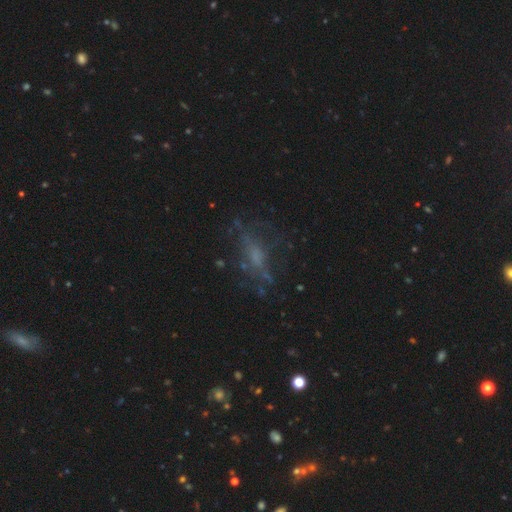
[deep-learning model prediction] Smooth or featured? featured or disk (50%)
Edge-on disk? no (80%)
Merging? none (57%)